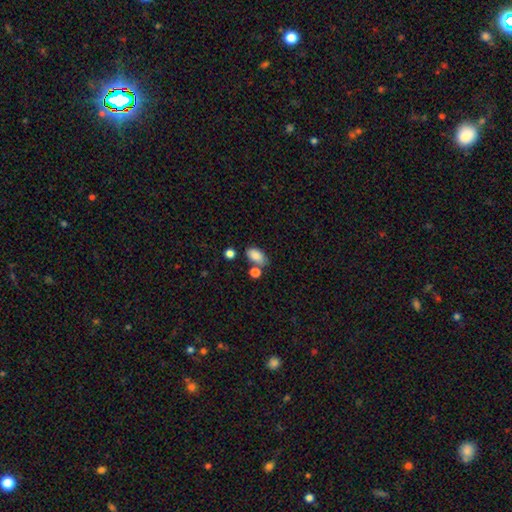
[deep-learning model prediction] smooth_or_featured: smooth (p=0.85) [alt: star or artifact p=0.08]
how_rounded: in between (p=0.91) [alt: round p=0.07]
merging: none (p=0.59) [alt: merger p=0.18]